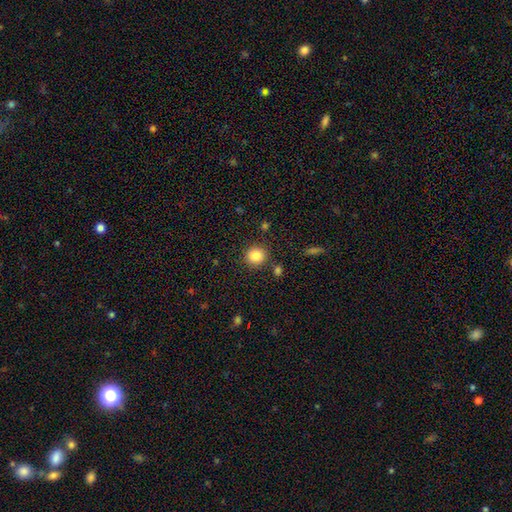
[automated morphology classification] The model was most divided on "smooth or featured": smooth: 85%, star or artifact: 10%, featured or disk: 4%. More confident: how rounded — round (91%); merging — none (86%).